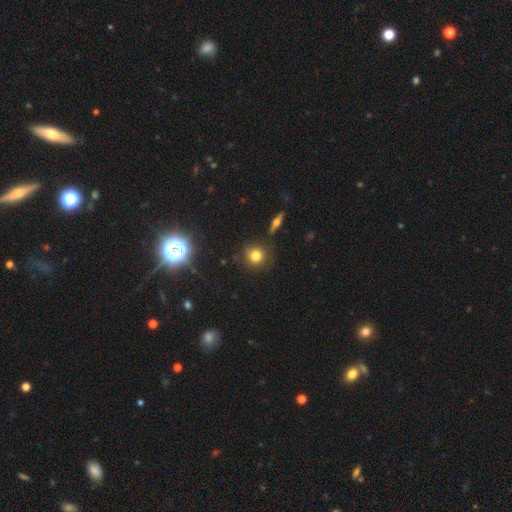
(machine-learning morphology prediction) smooth-or-featured: smooth: 74% | star or artifact: 17% | featured or disk: 10%
  how-rounded: round: 89% | in between: 9% | cigar-shaped: 1%
  merging: none: 82% | minor disturbance: 11% | merger: 4% | major disturbance: 3%